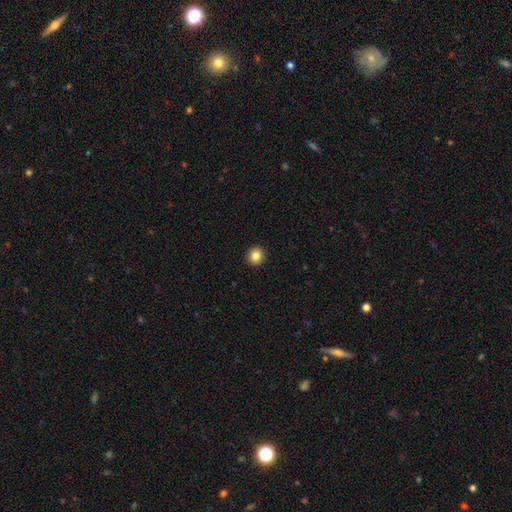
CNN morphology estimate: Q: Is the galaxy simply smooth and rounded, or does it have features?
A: smooth — 85%.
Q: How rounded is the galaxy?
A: round — 90%.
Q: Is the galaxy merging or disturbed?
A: none — 93%.